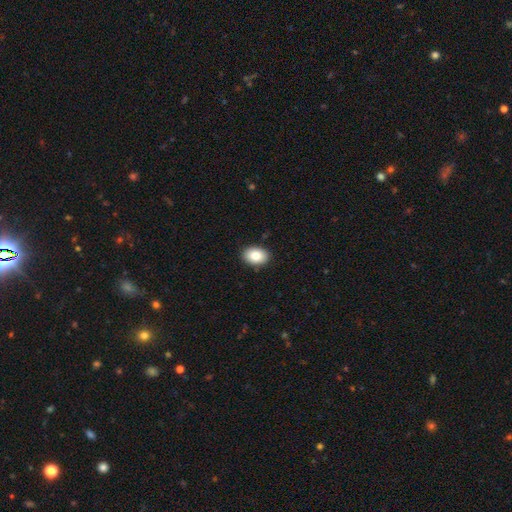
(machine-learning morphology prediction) type=smooth (85%); roundness=in between (79%); merging=none (89%).